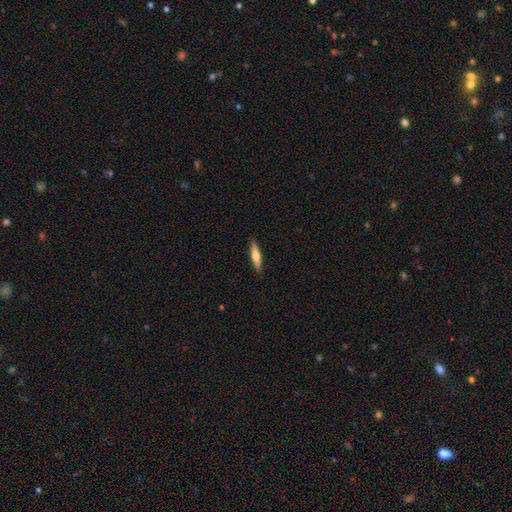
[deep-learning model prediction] Overall: smooth (64%; featured or disk 31%). How rounded: cigar-shaped (83%). Merging: none (90%).